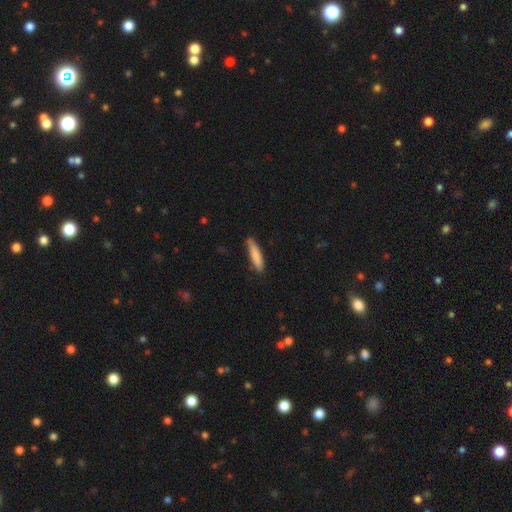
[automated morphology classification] A smooth galaxy with no disk features (82%) that is cigar-shaped (81%).

Vote fractions:
- Smooth or featured? smooth: 82% / featured or disk: 12% / star or artifact: 6%
- How rounded? cigar-shaped: 81% / in between: 18% / round: 1%
- Merging? none: 80% / minor disturbance: 16% / major disturbance: 2% / merger: 1%